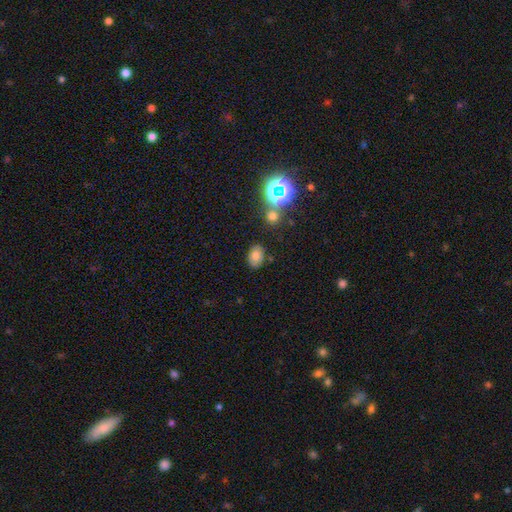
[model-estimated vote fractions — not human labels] smooth 73%, star or artifact 16%, featured or disk 12%. Down the decision tree: how rounded — in between (80%); merging — none (80%).